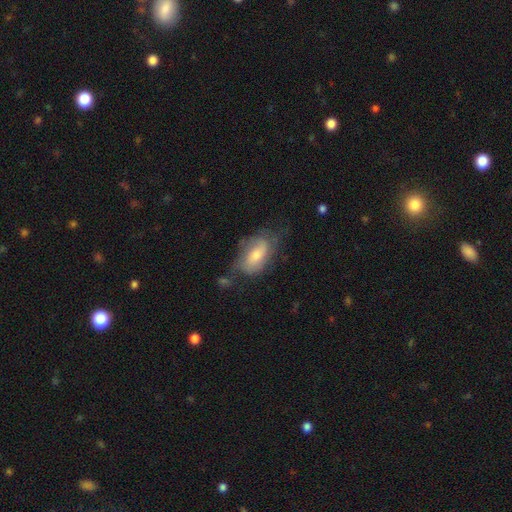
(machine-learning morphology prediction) This is possibly a featured or disk galaxy (48%). Merging: possibly none (50%).